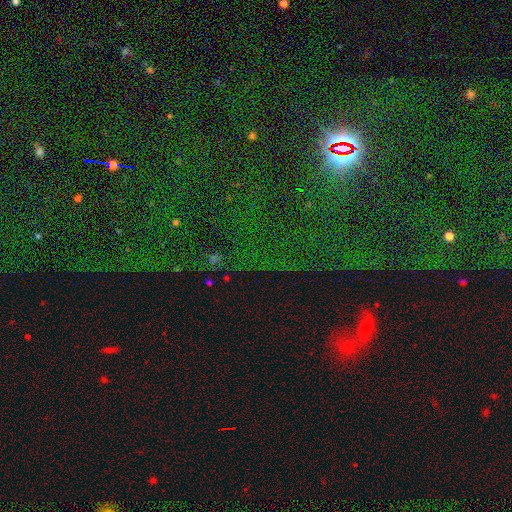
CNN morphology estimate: Q: Smooth or featured?
A: star or artifact (80%); runner-up: smooth (11%)